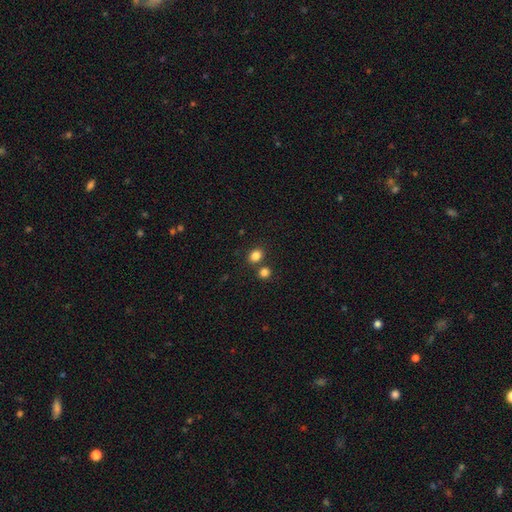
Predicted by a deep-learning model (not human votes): Smooth or featured?
  - smooth: 84% *
  - star or artifact: 12%
  - featured or disk: 5%
How rounded?
  - round: 57% *
  - in between: 42%
  - cigar-shaped: 1%
Merging?
  - none: 70% *
  - merger: 18%
  - minor disturbance: 9%
  - major disturbance: 3%